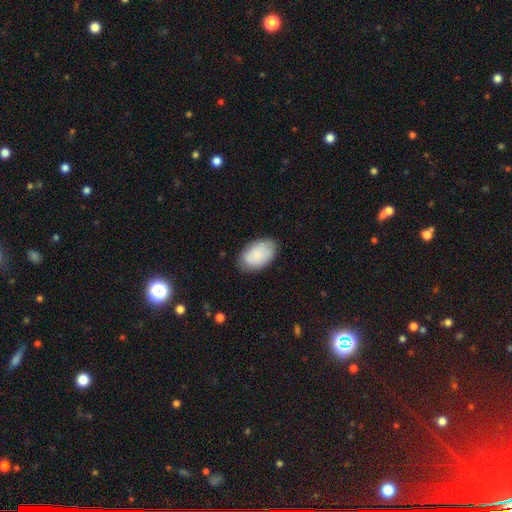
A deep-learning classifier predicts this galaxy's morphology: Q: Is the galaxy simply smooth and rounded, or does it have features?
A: smooth — 86%.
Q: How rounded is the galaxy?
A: in between — 93%.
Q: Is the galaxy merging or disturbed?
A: none — 82%.